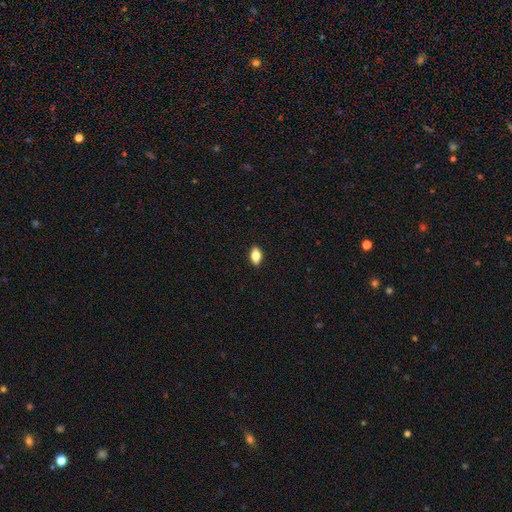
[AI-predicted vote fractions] A smooth galaxy with no disk features (80%) that is in between round and cigar-shaped (88%).

Vote fractions:
- Smooth or featured? smooth: 80% / featured or disk: 12% / star or artifact: 8%
- How rounded? in between: 88% / round: 7% / cigar-shaped: 5%
- Merging? none: 90% / minor disturbance: 8% / major disturbance: 2% / merger: 1%